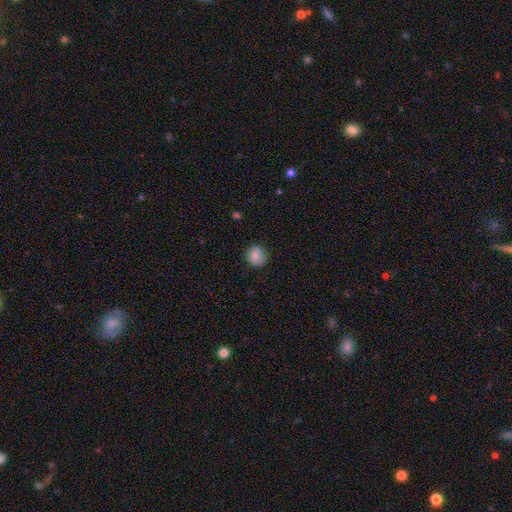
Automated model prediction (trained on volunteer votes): smooth 81%, featured or disk 10%, star or artifact 9%. Down the decision tree: how rounded — round (90%); merging — none (83%).